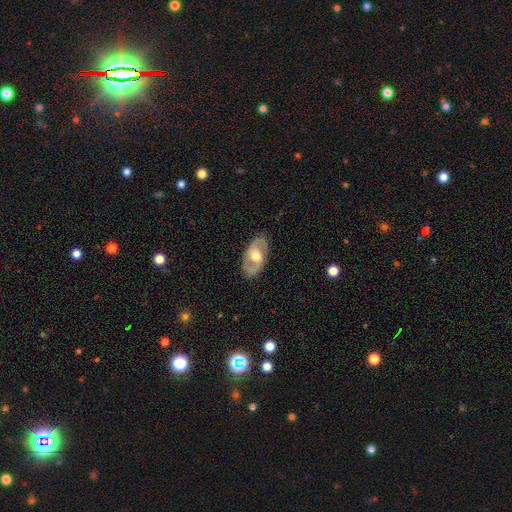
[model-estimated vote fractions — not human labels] smooth_or_featured: featured or disk (p=0.68) [alt: smooth p=0.27]
disk_edge_on: no (p=0.92) [alt: yes p=0.08]
bar: no (p=0.47) [alt: weak p=0.40]
has_spiral_arms: yes (p=0.71) [alt: no p=0.29]
bulge_size: moderate (p=0.65) [alt: large p=0.22]
merging: none (p=0.82) [alt: minor disturbance p=0.13]